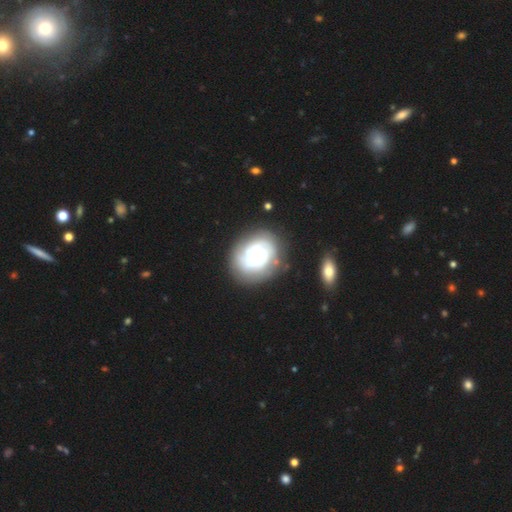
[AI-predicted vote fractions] smooth-or-featured: featured or disk: 65% | smooth: 28% | star or artifact: 7%
  disk-edge-on: no: 98% | yes: 2%
    bar: no: 77% | weak: 18% | strong: 5%
    has-spiral-arms: yes: 72% | no: 28%
    bulge-size: small: 52% | moderate: 26% | large: 11% | none: 8% | dominant: 3%
  merging: none: 62% | minor disturbance: 21% | major disturbance: 12% | merger: 5%